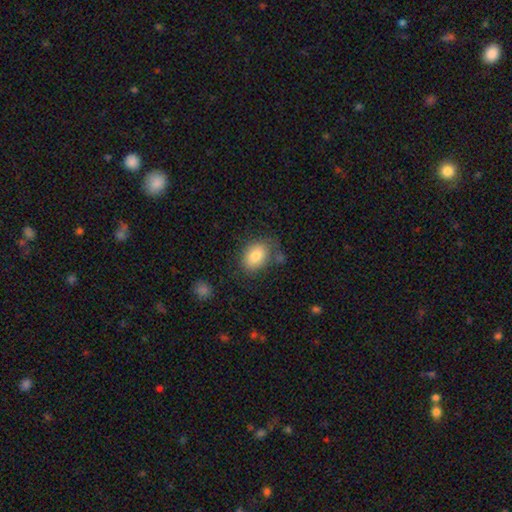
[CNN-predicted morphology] smooth 82%, featured or disk 10%, star or artifact 8%. Down the decision tree: how rounded — in between (75%); merging — none (67%).